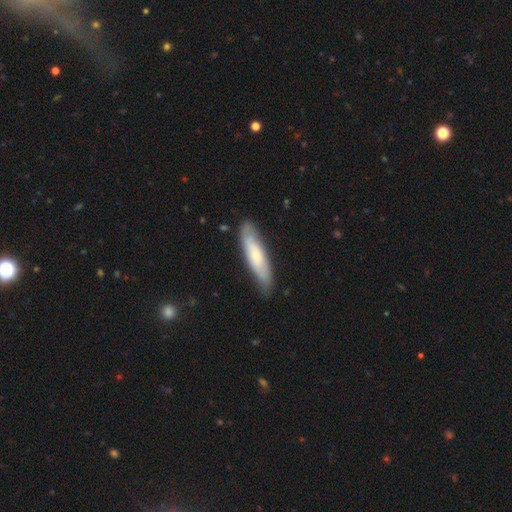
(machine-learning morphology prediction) smooth-or-featured: smooth: 60% | featured or disk: 35% | star or artifact: 5%
  how-rounded: cigar-shaped: 73% | in between: 26% | round: 1%
  merging: none: 78% | minor disturbance: 17% | major disturbance: 3% | merger: 2%